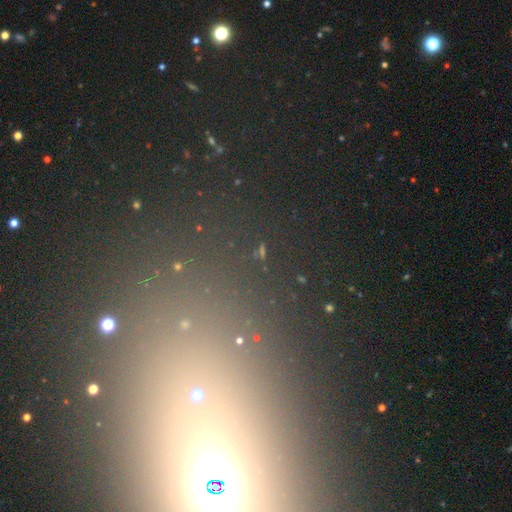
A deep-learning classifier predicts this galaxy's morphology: This appears to be a star or artifact, not a galaxy (69%).